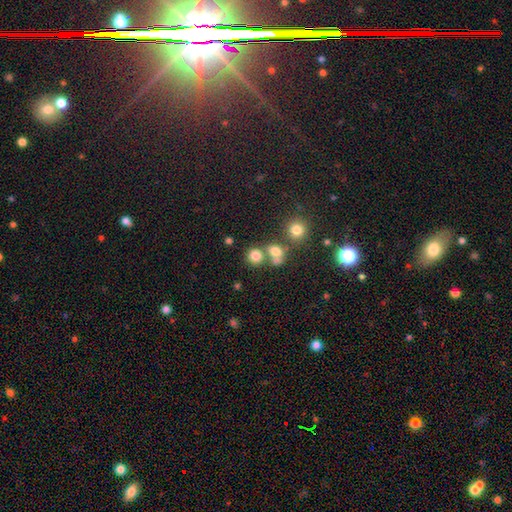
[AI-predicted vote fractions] smooth_or_featured: smooth (p=0.76) [alt: star or artifact p=0.15]
how_rounded: round (p=0.86) [alt: in between p=0.13]
merging: none (p=0.60) [alt: merger p=0.27]